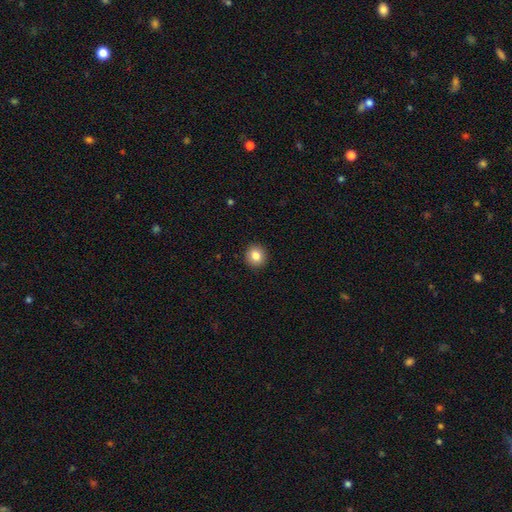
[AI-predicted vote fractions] Morphology: type=smooth (84%); roundness=round (87%); merging=none (92%).